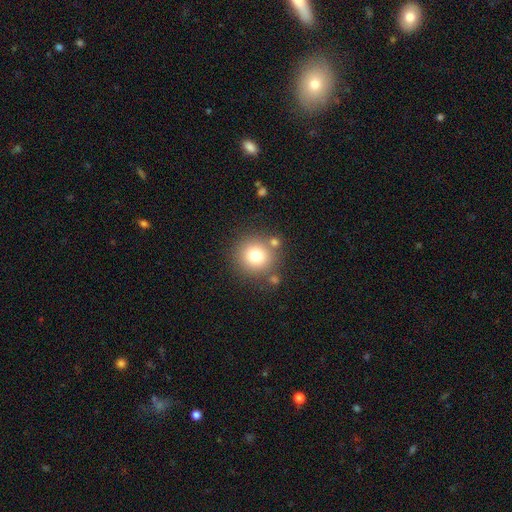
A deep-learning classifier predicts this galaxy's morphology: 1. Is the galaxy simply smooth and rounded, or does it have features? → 76% smooth, 12% star or artifact, 11% featured or disk.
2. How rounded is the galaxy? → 93% round, 6% in between, 1% cigar-shaped.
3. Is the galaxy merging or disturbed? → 79% none, 9% minor disturbance, 8% merger, 4% major disturbance.